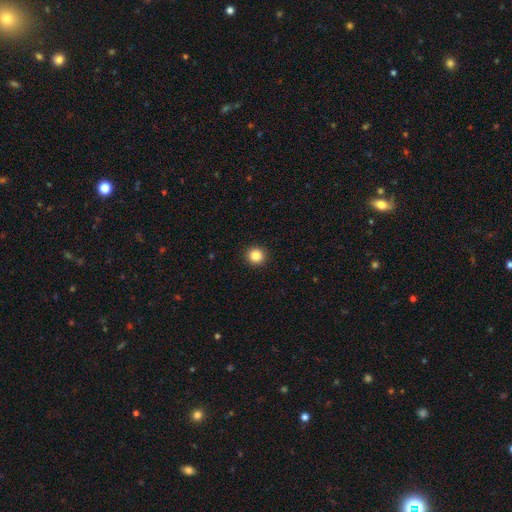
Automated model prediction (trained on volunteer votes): Overall: smooth (86%). How rounded: round (94%). Merging: none (93%).